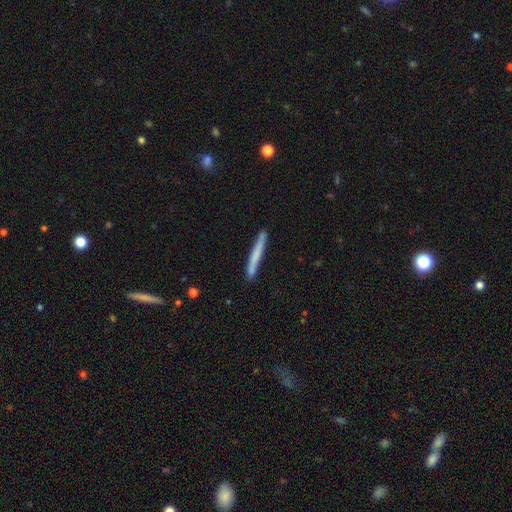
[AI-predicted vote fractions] A smooth galaxy with no disk features (62%) that is cigar-shaped (97%).

Vote fractions:
- Smooth or featured? smooth: 62% / featured or disk: 33% / star or artifact: 6%
- How rounded? cigar-shaped: 97% / in between: 2% / round: 1%
- Merging? none: 87% / minor disturbance: 9% / merger: 2% / major disturbance: 2%